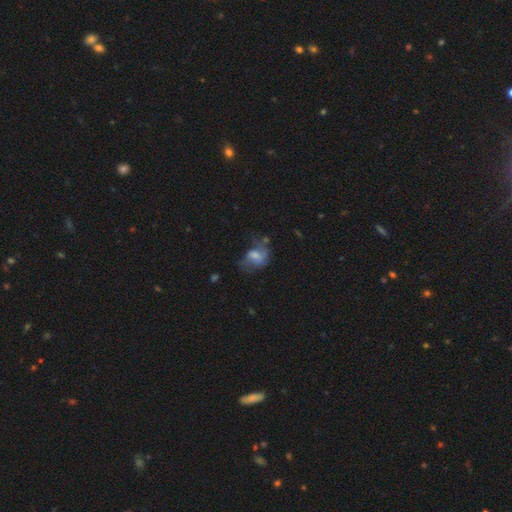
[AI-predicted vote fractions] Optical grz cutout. It shows a smooth galaxy with no disk features (51%) that is in between round and cigar-shaped (72%). Merging: major disturbance (35%).